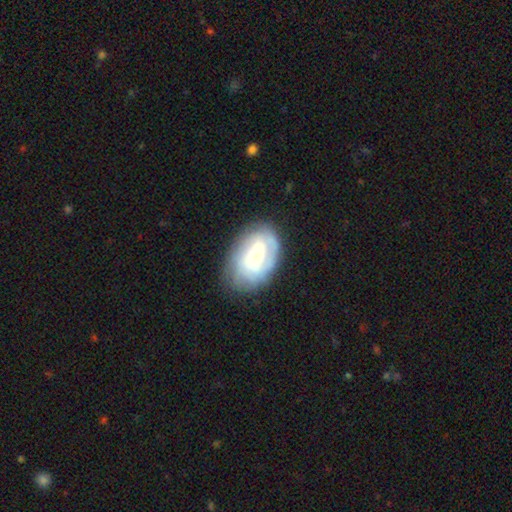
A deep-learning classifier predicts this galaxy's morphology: The model was most divided on "bulge size": moderate: 61%, small: 30%, large: 7%, none: 1%, dominant: 1%. More confident: edge-on disk — no (96%); spiral arms — yes (77%); merging — none (70%); bar — no (68%); smooth or featured — featured or disk (66%).